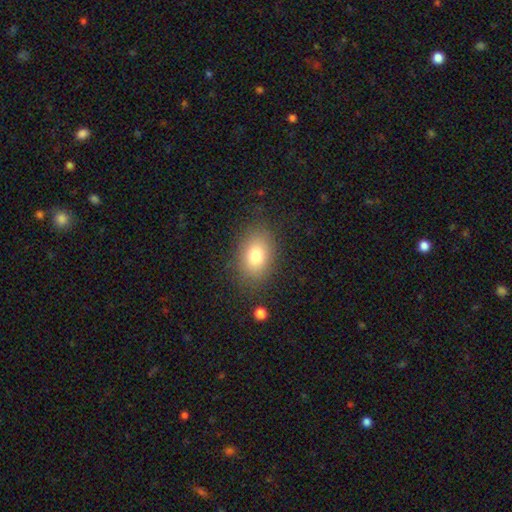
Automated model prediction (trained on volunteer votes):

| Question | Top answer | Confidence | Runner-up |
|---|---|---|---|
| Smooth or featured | smooth | 77% | featured or disk (12%) |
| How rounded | in between | 78% | round (21%) |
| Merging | none | 83% | minor disturbance (11%) |